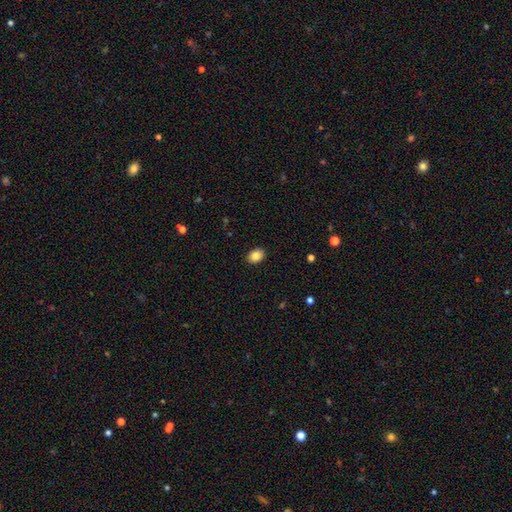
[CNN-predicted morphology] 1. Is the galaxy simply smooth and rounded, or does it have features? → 85% smooth, 9% star or artifact, 7% featured or disk.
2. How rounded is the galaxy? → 73% in between, 26% round, 1% cigar-shaped.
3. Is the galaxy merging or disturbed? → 89% none, 8% minor disturbance, 2% major disturbance, 1% merger.